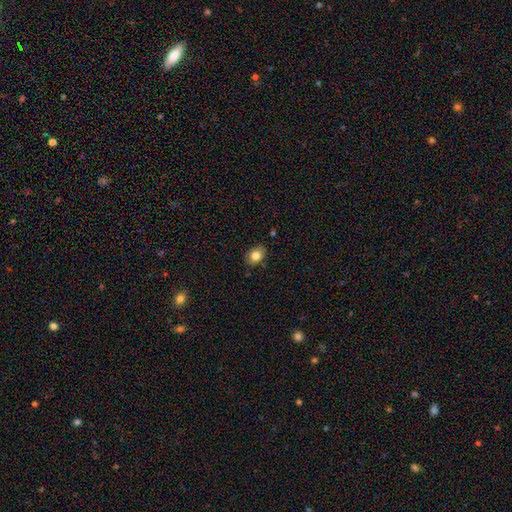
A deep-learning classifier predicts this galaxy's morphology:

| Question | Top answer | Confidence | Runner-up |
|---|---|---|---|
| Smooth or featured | smooth | 81% | featured or disk (10%) |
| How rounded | in between | 72% | round (27%) |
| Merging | none | 82% | minor disturbance (14%) |